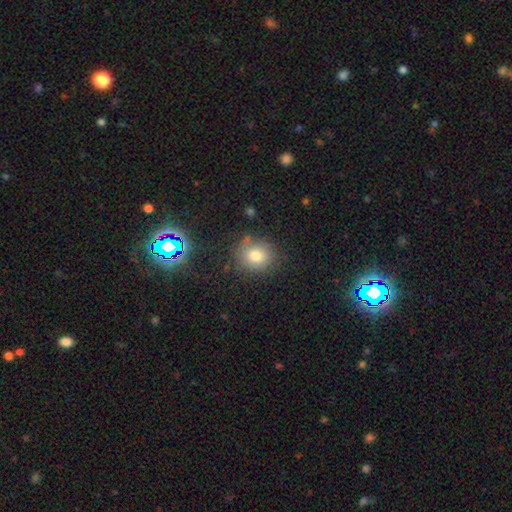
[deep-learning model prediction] Smooth or featured? smooth (78%)
How rounded? round (79%)
Merging? none (76%)